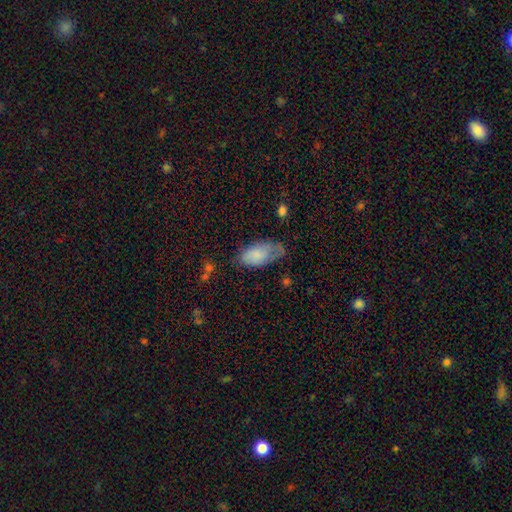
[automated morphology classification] Q: Smooth or featured?
A: smooth (78%); runner-up: featured or disk (15%)
Q: How rounded?
A: in between (93%); runner-up: cigar-shaped (4%)
Q: Merging?
A: none (46%); runner-up: minor disturbance (35%)